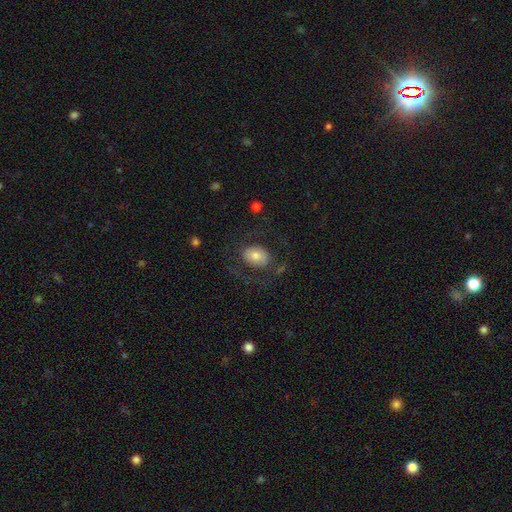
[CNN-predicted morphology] type=smooth (62%); roundness=in between (70%); merging=none (67%).